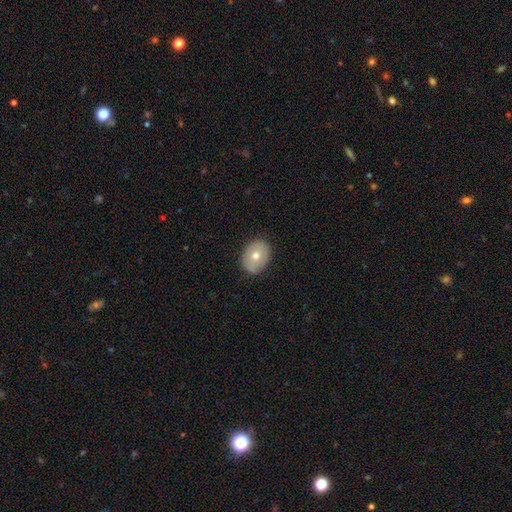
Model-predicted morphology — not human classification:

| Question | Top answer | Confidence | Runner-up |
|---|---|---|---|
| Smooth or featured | smooth | 64% | featured or disk (28%) |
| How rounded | in between | 58% | round (41%) |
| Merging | none | 85% | minor disturbance (12%) |